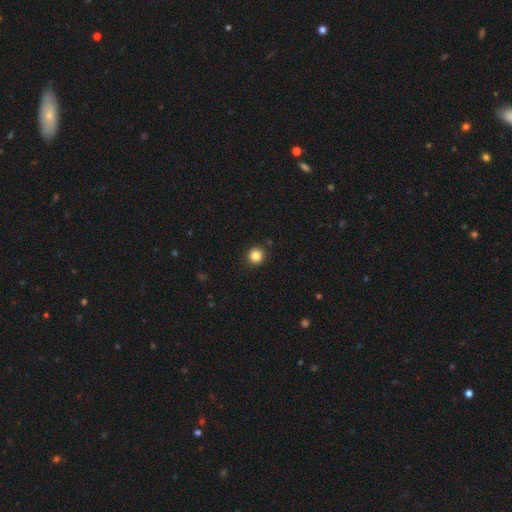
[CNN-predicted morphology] A smooth galaxy with no disk features (84%) that is round (94%). Merging: none (92%).